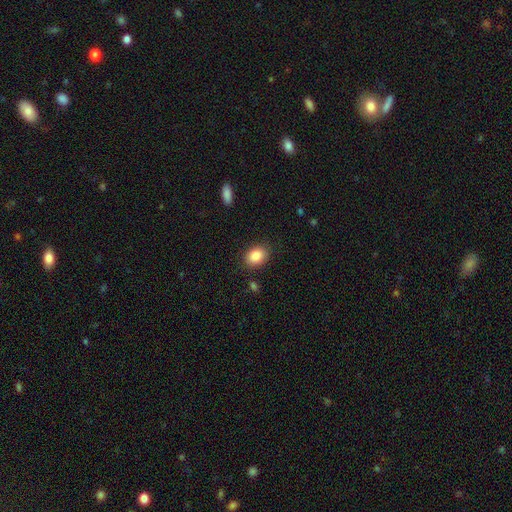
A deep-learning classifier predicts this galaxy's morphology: This appears to be a smooth galaxy with no disk features (87%) that is in between round and cigar-shaped (73%). Merging: none (86%).